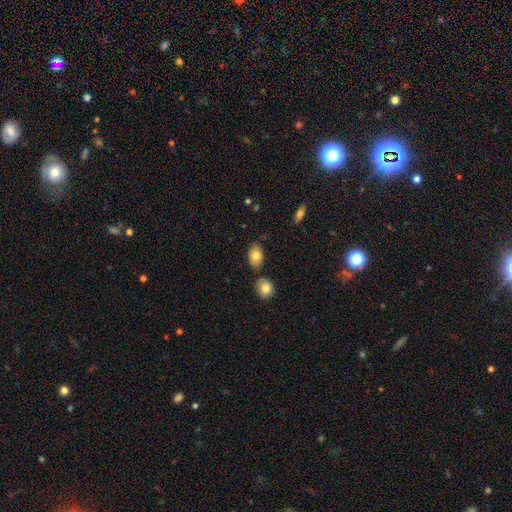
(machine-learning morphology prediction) A smooth galaxy with no disk features (78%) that is in between round and cigar-shaped (89%).

Vote fractions:
- Smooth or featured? smooth: 78% / featured or disk: 14% / star or artifact: 7%
- How rounded? in between: 89% / round: 10% / cigar-shaped: 2%
- Merging? none: 73% / minor disturbance: 14% / merger: 10% / major disturbance: 3%